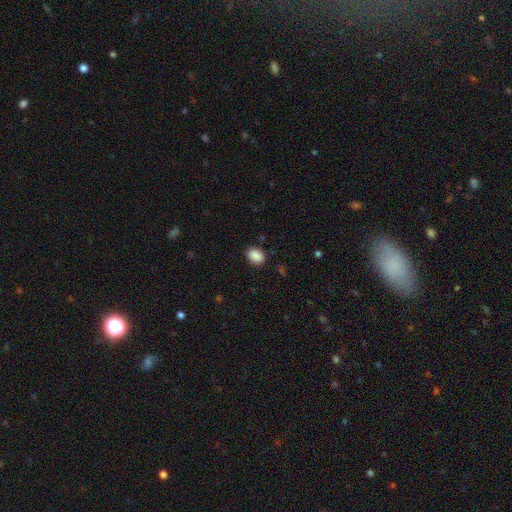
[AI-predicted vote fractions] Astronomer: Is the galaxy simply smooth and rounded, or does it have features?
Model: smooth — 89%.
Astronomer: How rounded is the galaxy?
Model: in between — 67%.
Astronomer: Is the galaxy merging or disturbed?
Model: none — 86%.